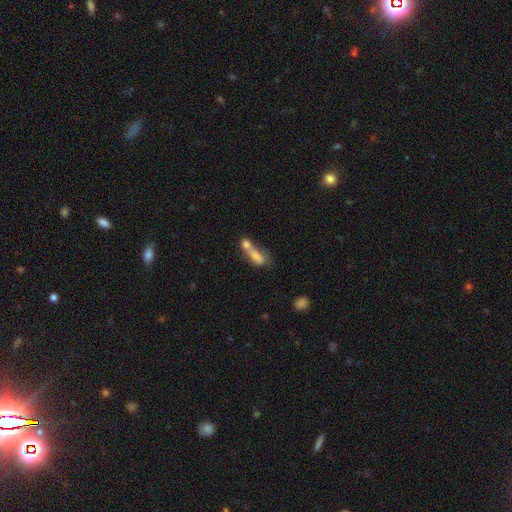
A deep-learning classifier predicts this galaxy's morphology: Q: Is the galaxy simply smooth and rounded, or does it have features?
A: smooth — 70%.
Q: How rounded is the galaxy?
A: in between — 62%.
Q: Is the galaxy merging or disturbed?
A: merger — 65%.